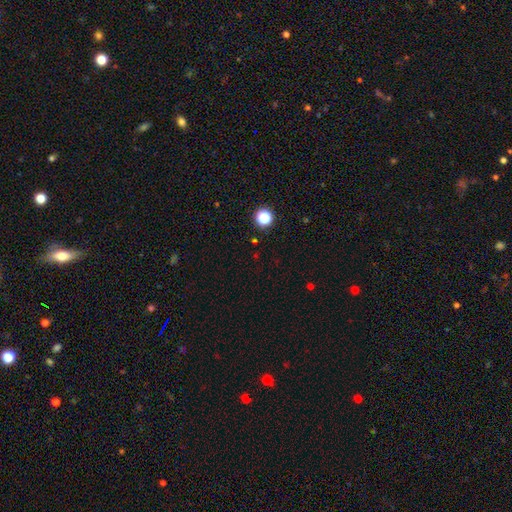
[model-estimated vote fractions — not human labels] This is possibly a star or artifact rather than a galaxy (59%).